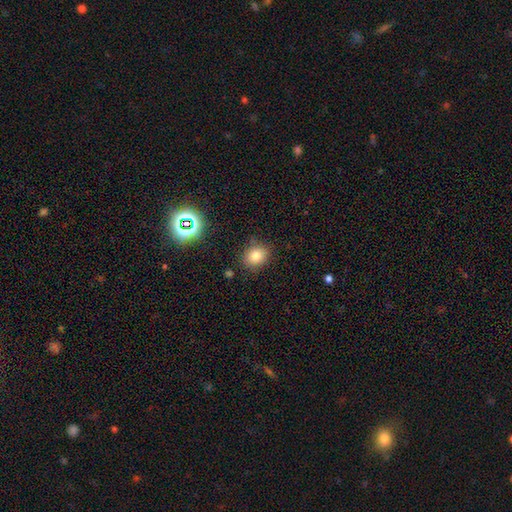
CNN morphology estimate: smooth 78%, star or artifact 14%, featured or disk 8%. Down the decision tree: how rounded — round (61%); merging — none (84%).